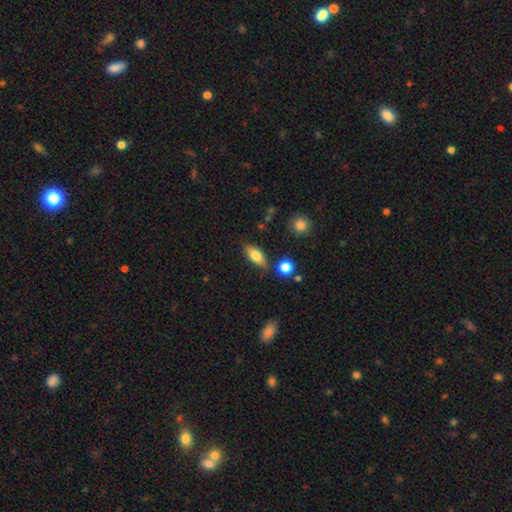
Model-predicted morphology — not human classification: A smooth galaxy with no disk features (67%) that is in between round and cigar-shaped (78%).

Vote fractions:
- Smooth or featured? smooth: 67% / featured or disk: 25% / star or artifact: 8%
- How rounded? in between: 78% / cigar-shaped: 17% / round: 5%
- Merging? none: 77% / minor disturbance: 14% / merger: 5% / major disturbance: 4%